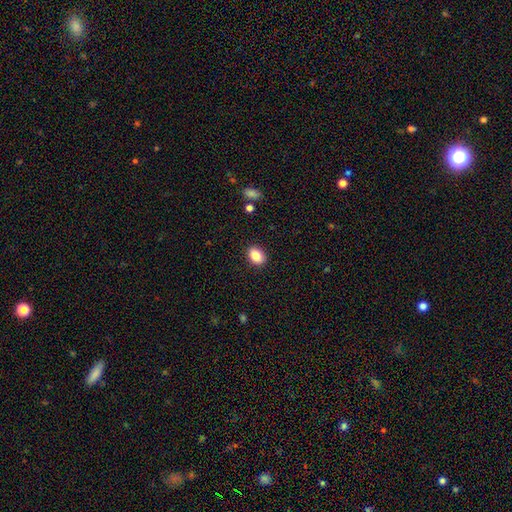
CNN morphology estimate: The model was most divided on "how rounded": in between: 78%, round: 21%, cigar-shaped: 1%. More confident: merging — none (89%); smooth or featured — smooth (86%).